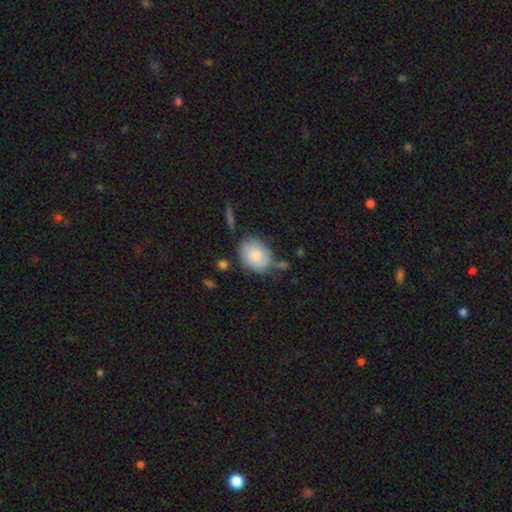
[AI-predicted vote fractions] A smooth galaxy with no disk features (75%) that is in between round and cigar-shaped (57%). Merging: none (62%).